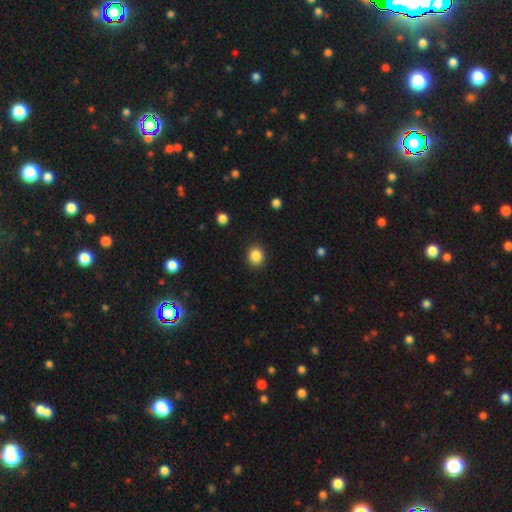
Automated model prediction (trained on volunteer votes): Overall: smooth (87%). How rounded: round (75%). Merging: none (90%).